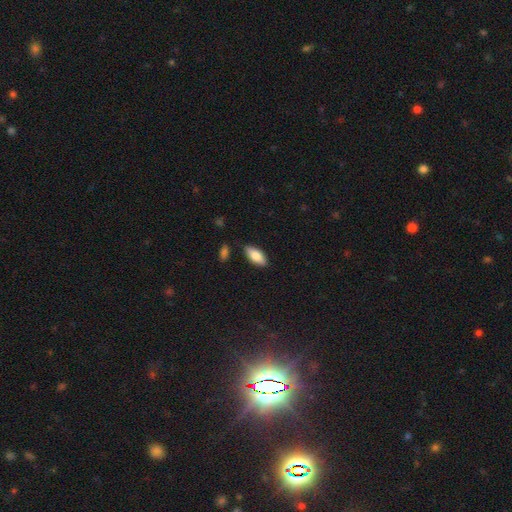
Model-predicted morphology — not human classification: Overall: smooth (78%). How rounded: in between (82%). Merging: none (83%).